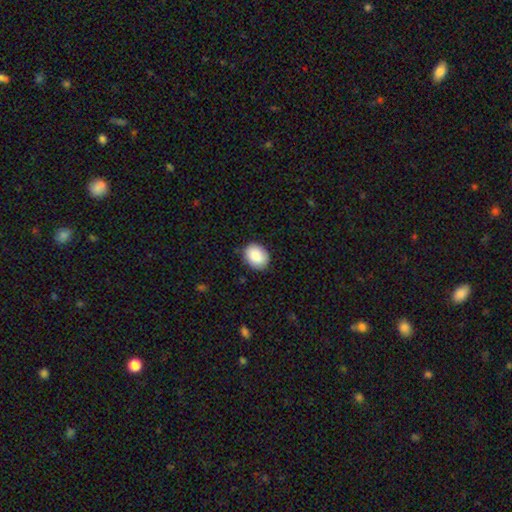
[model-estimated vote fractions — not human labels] Smooth or featured? Predicted: smooth (p=0.88). How rounded? Predicted: in between (p=0.54). Merging? Predicted: none (p=0.84).